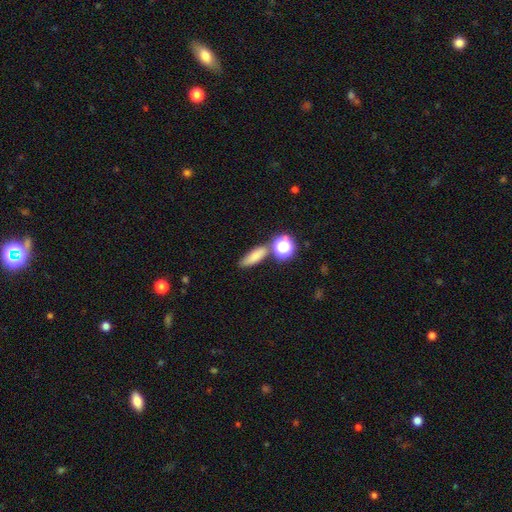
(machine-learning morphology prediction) smooth 74%, star or artifact 15%, featured or disk 11%. Down the decision tree: how rounded — in between (53%); merging — none (68%).